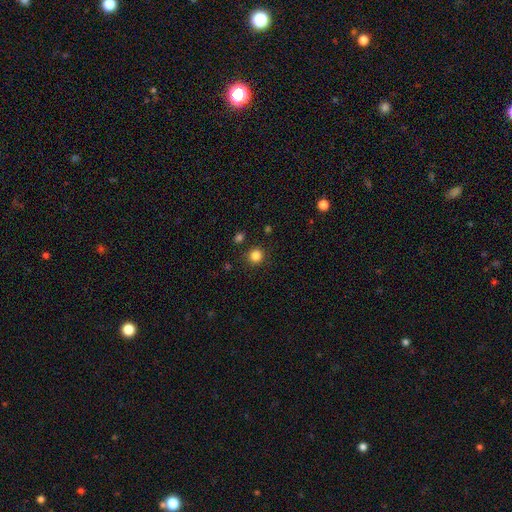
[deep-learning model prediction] A smooth galaxy with no disk features (84%) that is round (93%). Merging: none (89%).